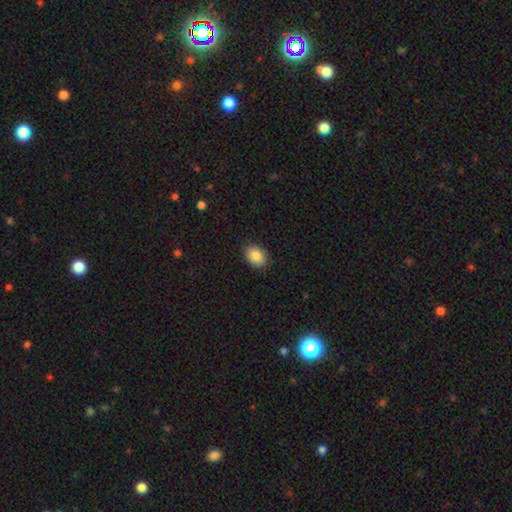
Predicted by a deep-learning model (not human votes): This is clearly a smooth galaxy (88%). How rounded: likely in between (73%). Merging: clearly none (88%).